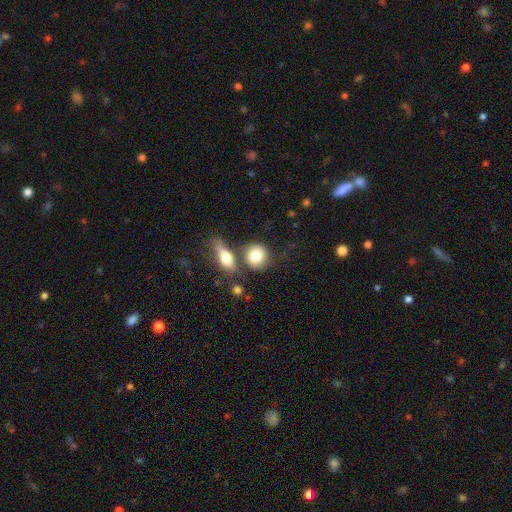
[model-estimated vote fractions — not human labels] Smooth or featured? Predicted: smooth (p=0.80). How rounded? Predicted: round (p=0.75). Merging? Predicted: none (p=0.55).